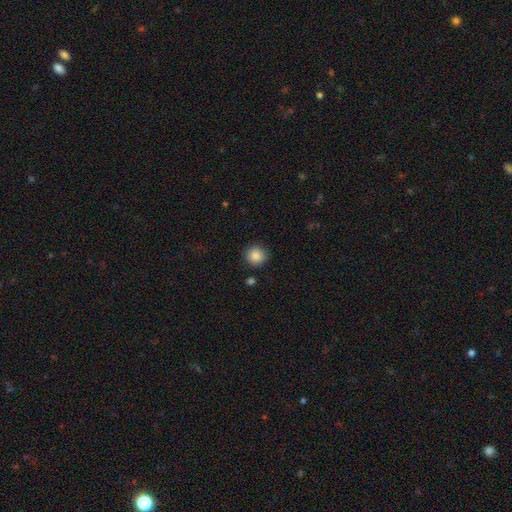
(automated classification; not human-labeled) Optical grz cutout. It shows a smooth galaxy with no disk features (88%) that is round (91%). Merging: none (88%).